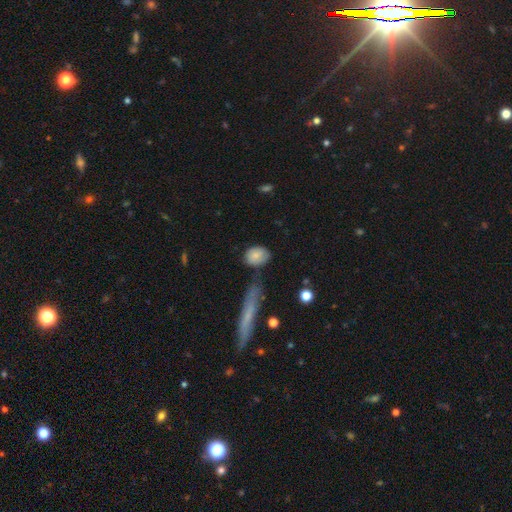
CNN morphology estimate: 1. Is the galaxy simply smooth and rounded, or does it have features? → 81% smooth, 11% featured or disk, 7% star or artifact.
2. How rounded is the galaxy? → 63% in between, 34% round, 3% cigar-shaped.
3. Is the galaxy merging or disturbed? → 60% none, 24% minor disturbance, 9% merger, 8% major disturbance.